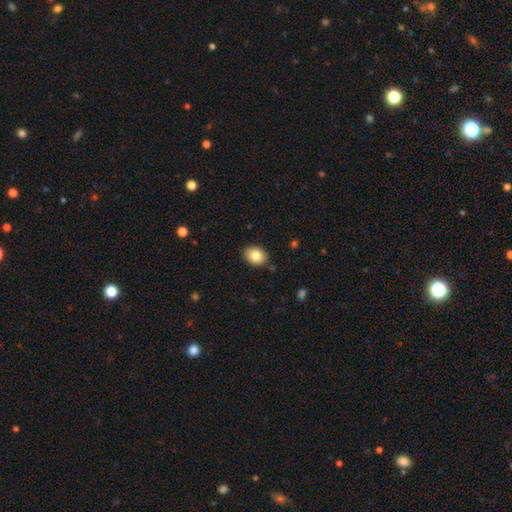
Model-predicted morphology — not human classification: This appears to be a smooth galaxy with no disk features (83%) that is in between round and cigar-shaped (59%). Merging: none (87%).